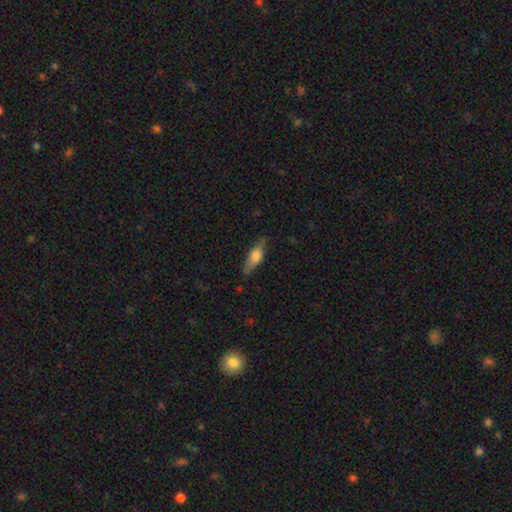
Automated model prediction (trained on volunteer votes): Overall: smooth (69%). How rounded: in between (61%; cigar-shaped 37%). Merging: none (72%).